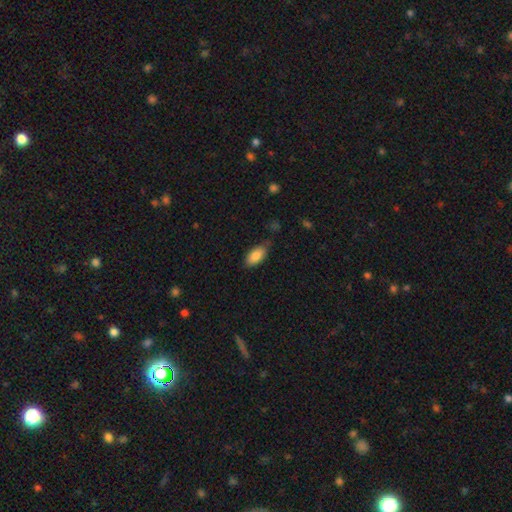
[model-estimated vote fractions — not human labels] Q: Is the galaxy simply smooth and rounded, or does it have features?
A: smooth — 85%.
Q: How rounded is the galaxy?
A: in between — 90%.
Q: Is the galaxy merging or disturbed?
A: none — 77%.